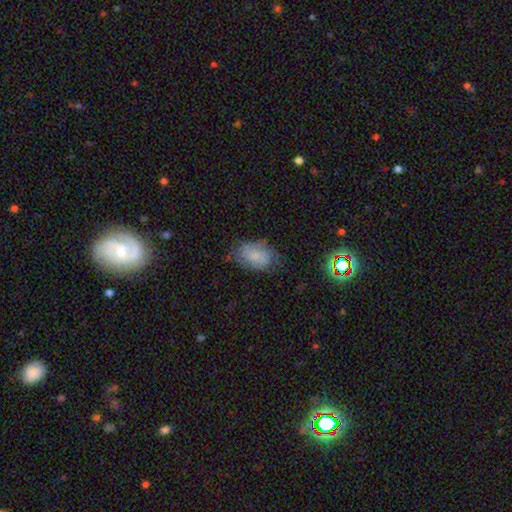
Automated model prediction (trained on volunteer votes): A smooth galaxy with no disk features (60%) that is in between round and cigar-shaped (87%). Merging: none (61%).